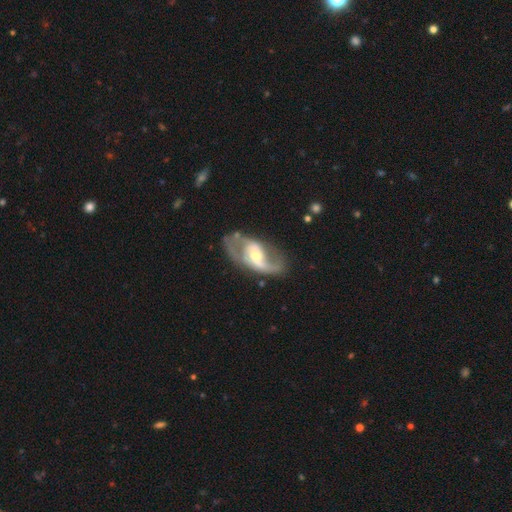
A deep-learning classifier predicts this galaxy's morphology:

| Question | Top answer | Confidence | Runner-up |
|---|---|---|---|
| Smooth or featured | featured or disk | 84% | smooth (10%) |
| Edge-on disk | no | 95% | yes (5%) |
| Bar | no | 41% | tied: weak (41%) |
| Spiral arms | yes | 90% | no (10%) |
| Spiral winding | medium | 44% | loose (43%) |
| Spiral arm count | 2 | 81% | 1 (8%) |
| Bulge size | moderate | 56% | small (35%) |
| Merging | none | 62% | minor disturbance (19%) |